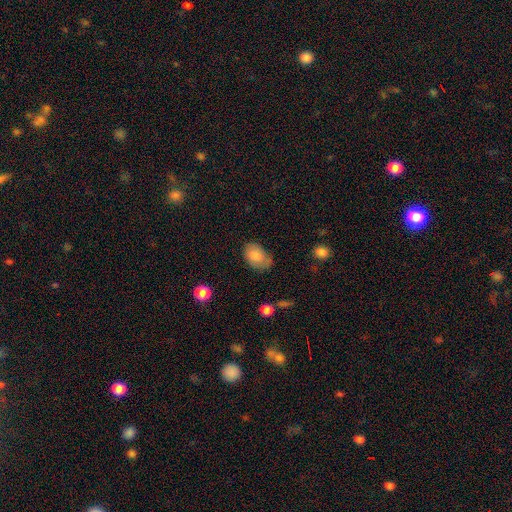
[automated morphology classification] Smooth or featured?
  - smooth: 81% *
  - featured or disk: 11%
  - star or artifact: 8%
How rounded?
  - in between: 86% *
  - round: 13%
  - cigar-shaped: 1%
Merging?
  - none: 61% *
  - minor disturbance: 29%
  - major disturbance: 8%
  - merger: 2%